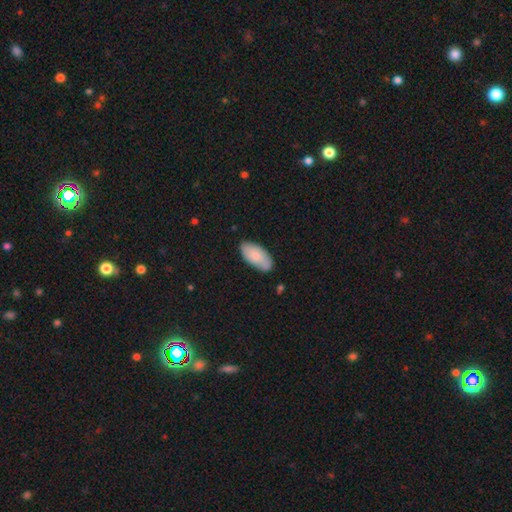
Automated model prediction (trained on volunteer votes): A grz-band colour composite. It shows a smooth galaxy with no disk features (81%) that is in between round and cigar-shaped (94%). Merging: none (74%).